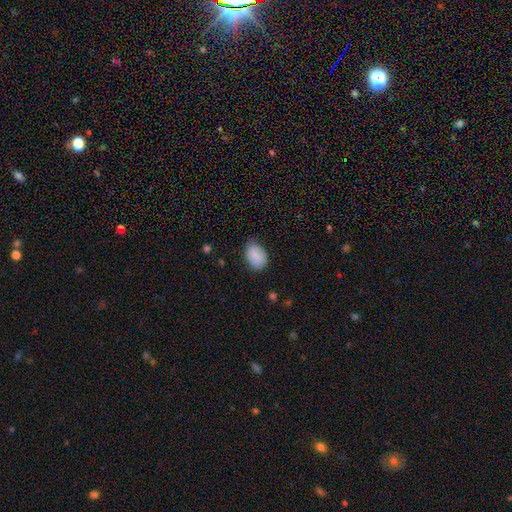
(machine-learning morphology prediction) smooth 69%, featured or disk 24%, star or artifact 8%. Down the decision tree: how rounded — in between (82%); merging — none (72%).